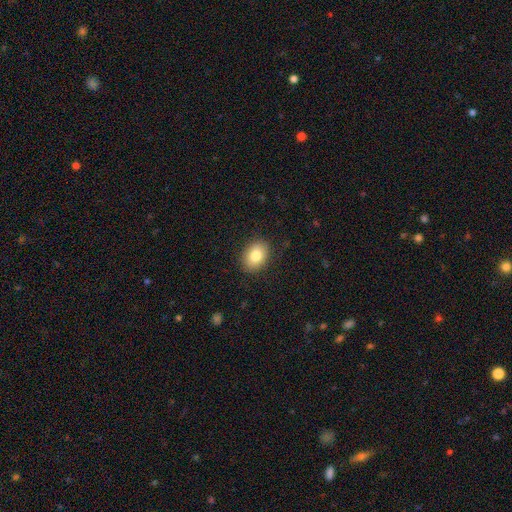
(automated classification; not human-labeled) Smooth or featured: smooth — 81% (featured or disk — 11%)
How rounded: in between — 69% (round — 30%)
Merging: none — 87% (minor disturbance — 9%)